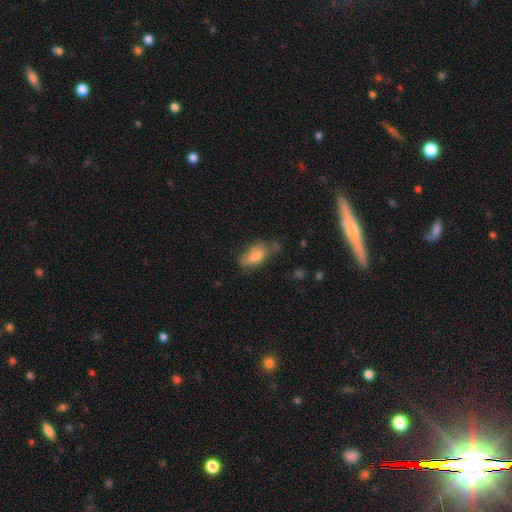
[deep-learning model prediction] The model was most divided on "merging": none: 55%, minor disturbance: 31%, major disturbance: 10%, merger: 4%. More confident: how rounded — in between (84%); smooth or featured — smooth (73%).